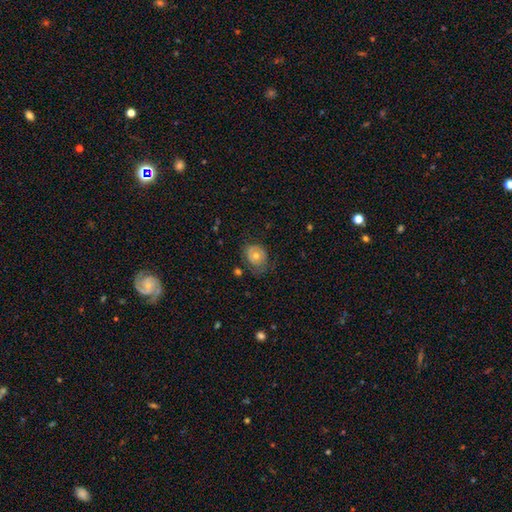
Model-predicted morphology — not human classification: This is possibly a smooth galaxy (46%). Merging: likely none (66%).